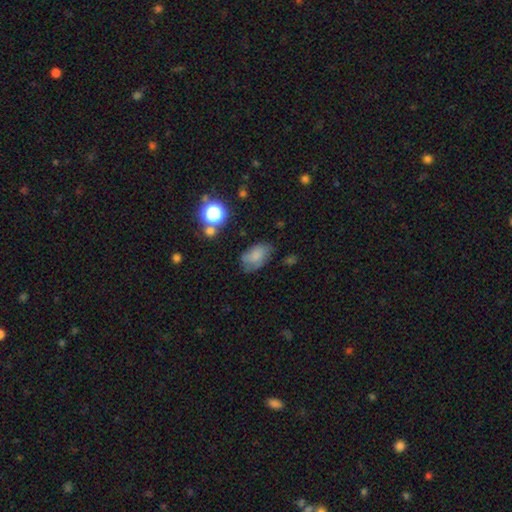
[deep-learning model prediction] The model was most divided on "merging": none: 56%, minor disturbance: 29%, major disturbance: 11%, merger: 4%. More confident: how rounded — in between (87%); smooth or featured — smooth (72%).